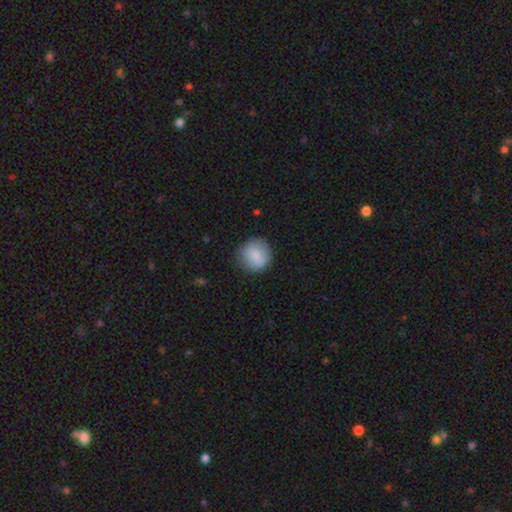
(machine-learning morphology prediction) The model was most divided on "merging": none: 83%, minor disturbance: 13%, major disturbance: 3%, merger: 1%. More confident: how rounded — round (92%); smooth or featured — smooth (83%).